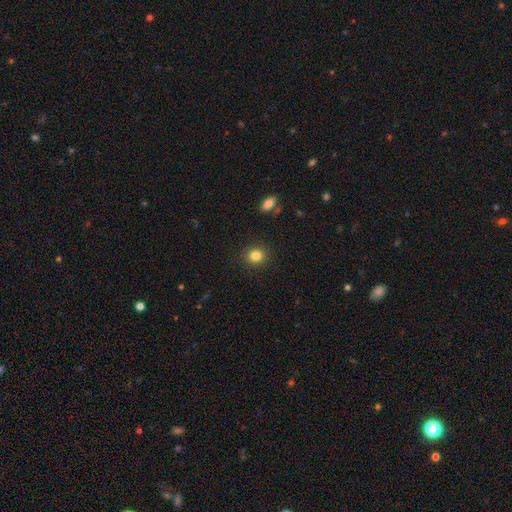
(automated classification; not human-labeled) Smooth or featured? smooth (84%)
How rounded? round (79%)
Merging? none (90%)